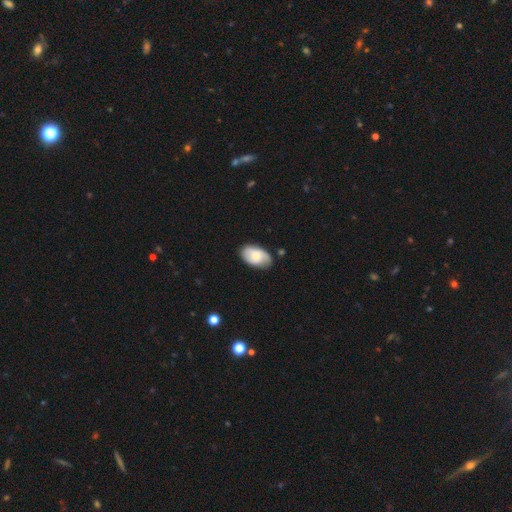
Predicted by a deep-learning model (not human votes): Smooth or featured? Predicted: smooth (p=0.65). How rounded? Predicted: in between (p=0.92). Merging? Predicted: none (p=0.71).